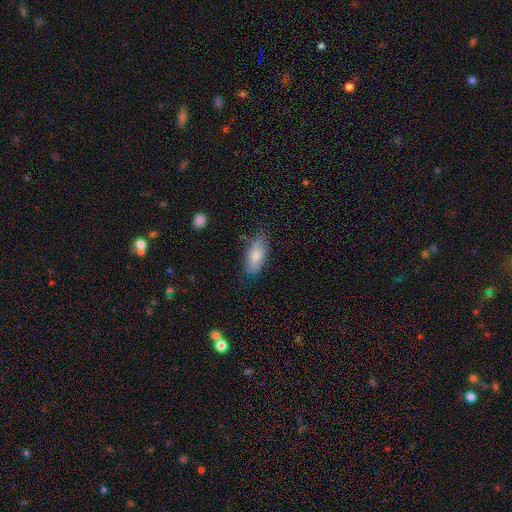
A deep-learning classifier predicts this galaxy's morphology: This is clearly a smooth galaxy (82%). How rounded: clearly in between (86%). Merging: likely none (69%).